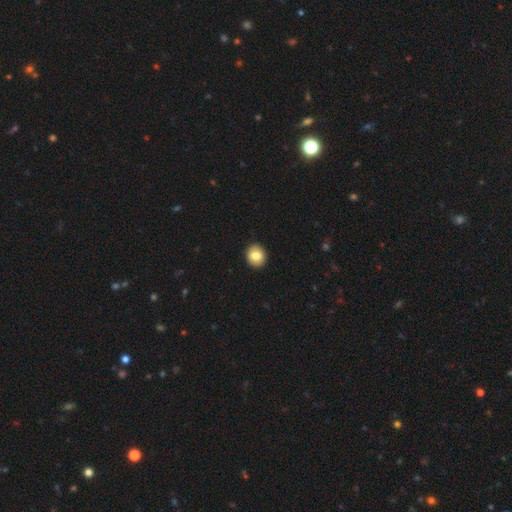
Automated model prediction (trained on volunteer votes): smooth 81%, featured or disk 11%, star or artifact 8%. Down the decision tree: how rounded — round (79%); merging — none (92%).